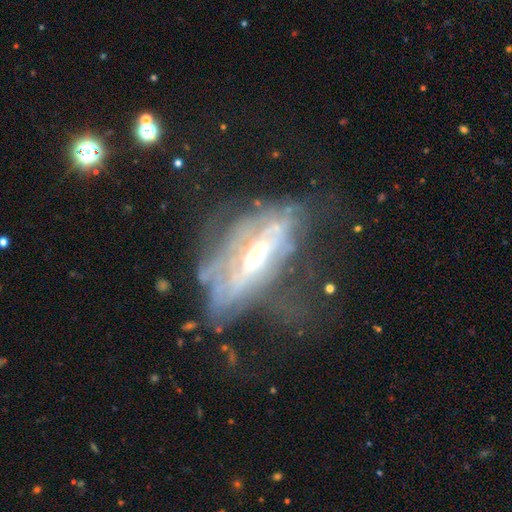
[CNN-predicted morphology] Smooth or featured: featured or disk — 74% (smooth — 17%)
Edge-on disk: no — 78% (yes — 22%)
Bar: no — 47% (weak — 31%)
Spiral arms: no — 50% (tied with yes — 50%)
Bulge size: moderate — 50% (small — 28%)
Merging: none — 38% (major disturbance — 35%)